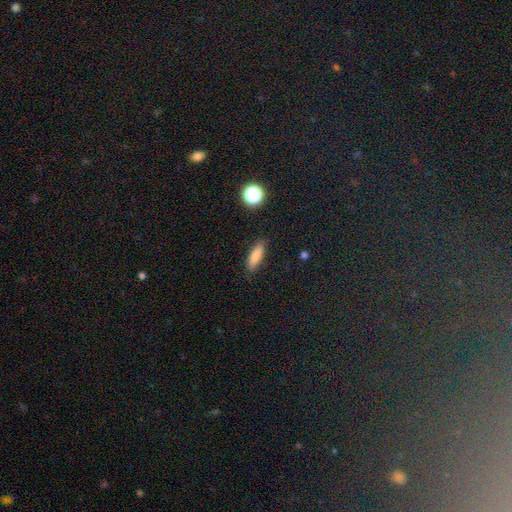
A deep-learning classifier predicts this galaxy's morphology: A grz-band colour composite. It shows a smooth galaxy with no disk features (82%) that is cigar-shaped (55%). Merging: none (86%).